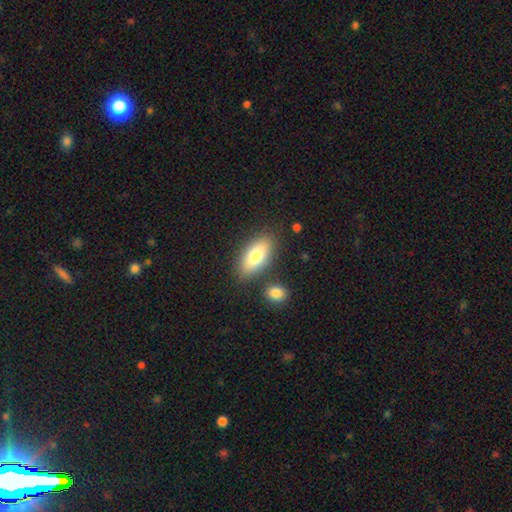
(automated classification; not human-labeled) smooth_or_featured: smooth (p=0.78) [alt: featured or disk p=0.15]
how_rounded: in between (p=0.86) [alt: cigar-shaped p=0.11]
merging: none (p=0.79) [alt: minor disturbance p=0.11]